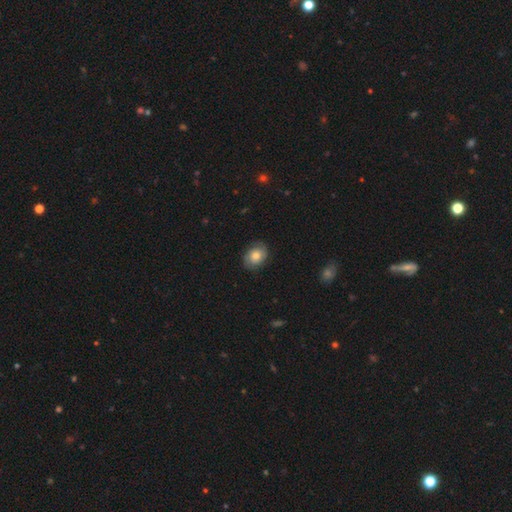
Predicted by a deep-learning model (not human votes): Smooth or featured? Predicted: smooth (p=0.52). How rounded? Predicted: in between (p=0.58). Merging? Predicted: none (p=0.82).